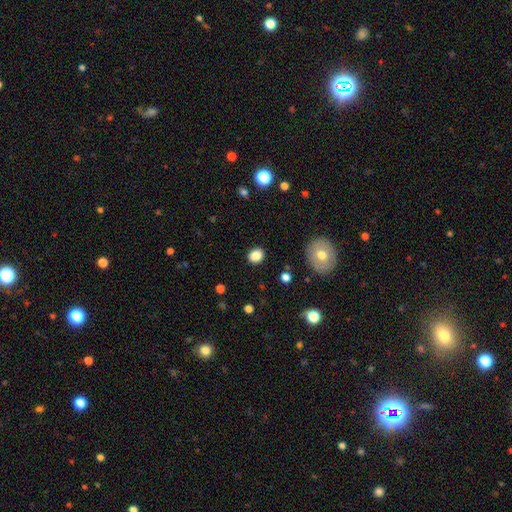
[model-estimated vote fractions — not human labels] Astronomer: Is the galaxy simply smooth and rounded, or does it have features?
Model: smooth — 85%.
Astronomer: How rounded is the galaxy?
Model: round — 58% (runner-up: in between, 41%).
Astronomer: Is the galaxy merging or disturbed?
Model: none — 89%.